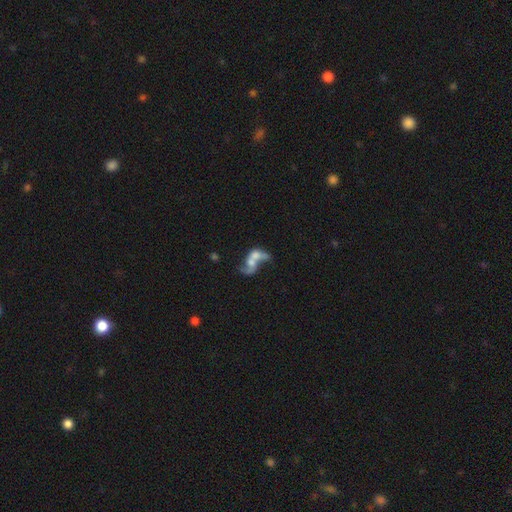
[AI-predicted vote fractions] Q: Smooth or featured?
A: featured or disk (55%); runner-up: smooth (34%)
Q: Edge-on disk?
A: no (96%); runner-up: yes (4%)
Q: Bar?
A: no (72%); runner-up: weak (22%)
Q: Spiral arms?
A: yes (54%); runner-up: no (46%)
Q: Bulge size?
A: moderate (31%); runner-up: none (30%)
Q: Merging?
A: merger (67%); runner-up: none (14%)